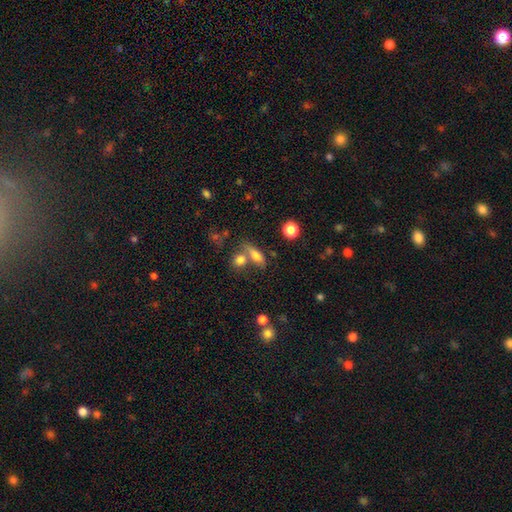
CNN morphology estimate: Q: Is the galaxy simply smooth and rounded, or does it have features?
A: smooth — 70%.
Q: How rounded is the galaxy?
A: in between — 59%.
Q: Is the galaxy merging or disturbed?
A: none — 48%.